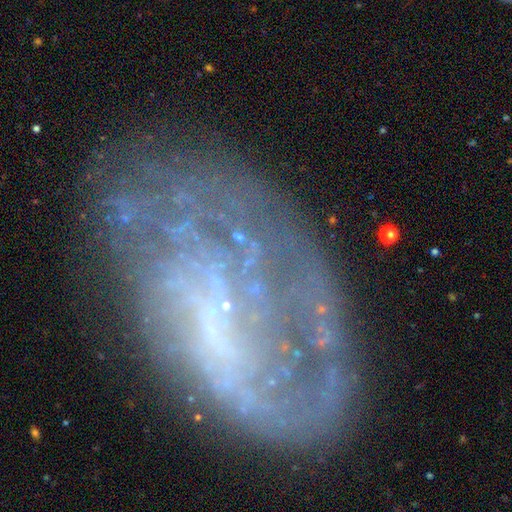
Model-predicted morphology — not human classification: Smooth or featured? Predicted: featured or disk (p=0.72). Edge-on disk? Predicted: no (p=0.96). Bar? Predicted: no (p=0.59). Spiral arms? Predicted: yes (p=0.58). Bulge size? Predicted: none (p=0.54). Merging? Predicted: none (p=0.50).